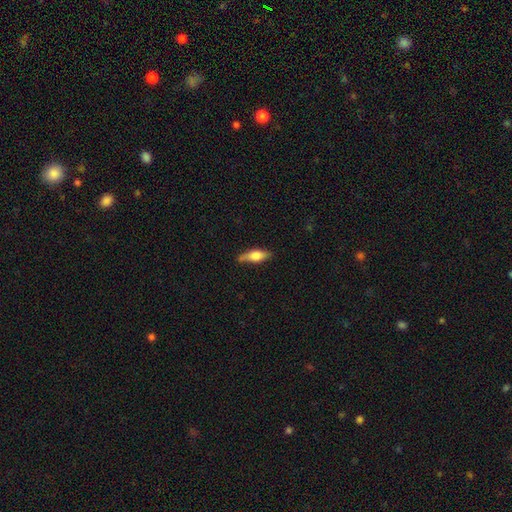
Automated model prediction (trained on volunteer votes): This is likely a smooth galaxy (60%). How rounded: possibly in between (58%). Merging: likely none (67%).